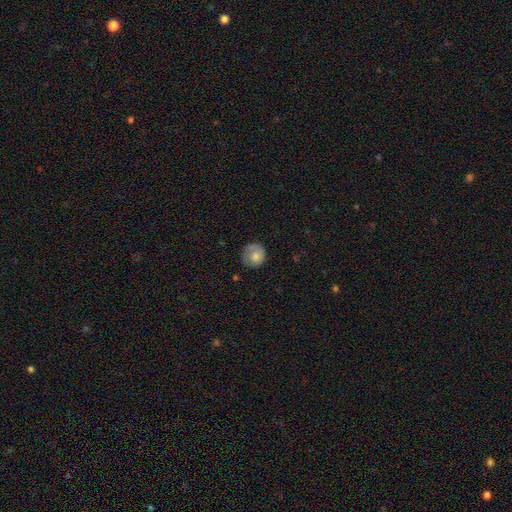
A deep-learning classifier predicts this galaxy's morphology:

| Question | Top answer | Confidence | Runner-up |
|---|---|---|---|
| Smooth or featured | smooth | 75% | featured or disk (18%) |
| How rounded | round | 87% | in between (12%) |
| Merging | none | 69% | minor disturbance (21%) |